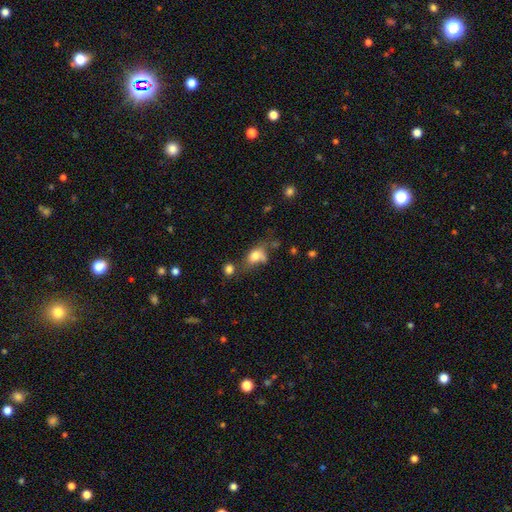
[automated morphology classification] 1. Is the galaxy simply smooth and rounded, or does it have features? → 73% smooth, 16% featured or disk, 11% star or artifact.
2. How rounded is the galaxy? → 72% in between, 26% round, 3% cigar-shaped.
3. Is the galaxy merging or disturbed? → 35% none, 25% minor disturbance, 22% merger, 18% major disturbance.